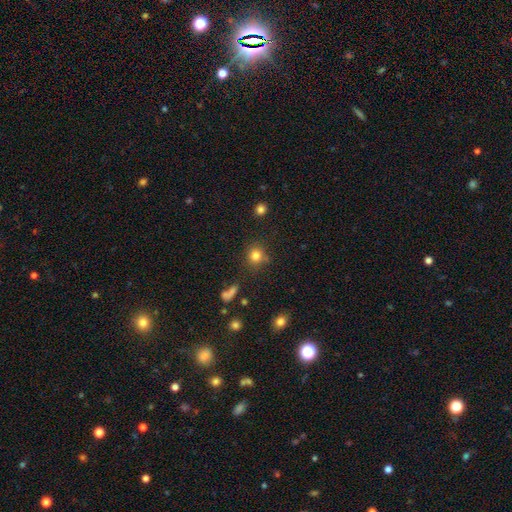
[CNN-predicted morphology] A smooth galaxy with no disk features (81%) that is round (86%).

Vote fractions:
- Smooth or featured? smooth: 81% / star or artifact: 12% / featured or disk: 6%
- How rounded? round: 86% / in between: 13% / cigar-shaped: 1%
- Merging? none: 77% / minor disturbance: 12% / merger: 6% / major disturbance: 4%